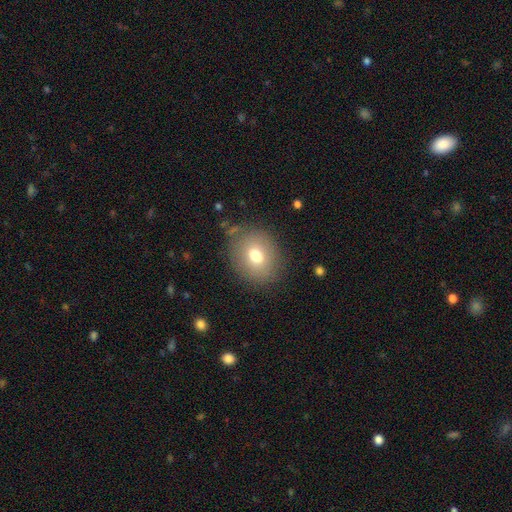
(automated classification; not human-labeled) Morphology: type=smooth (72%); roundness=round (53%); merging=none (79%).